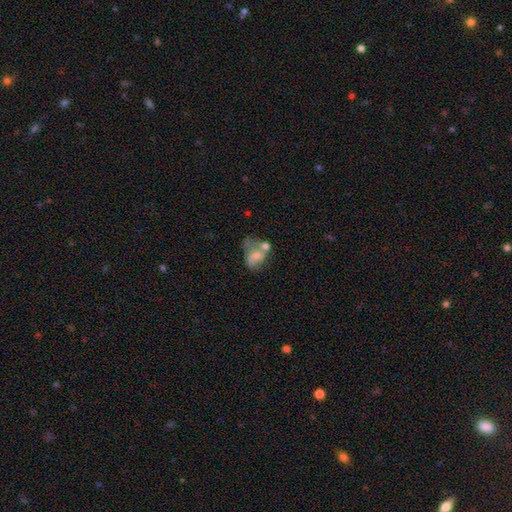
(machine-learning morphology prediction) type=smooth (54%); roundness=in between (72%); merging=merger (35%).